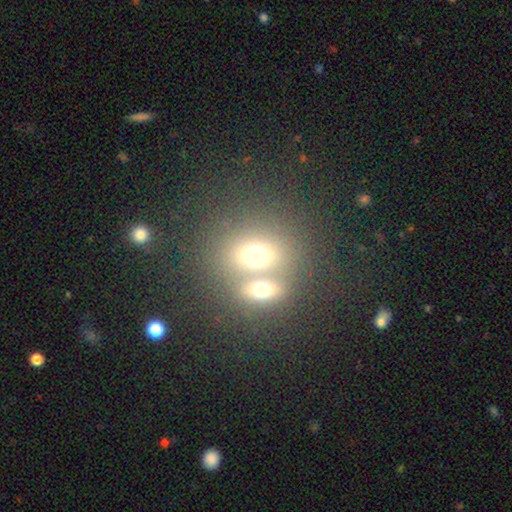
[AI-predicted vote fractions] Morphology: type=smooth (67%); roundness=in between (50%); merging=merger (57%).